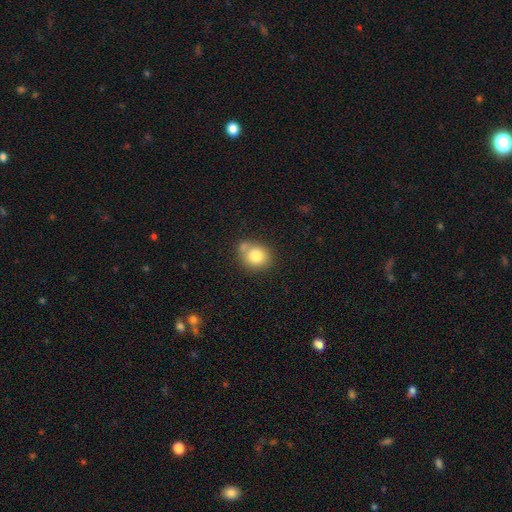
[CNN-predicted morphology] A smooth galaxy with no disk features (81%) that is round (73%).

Vote fractions:
- Smooth or featured? smooth: 81% / featured or disk: 10% / star or artifact: 9%
- How rounded? round: 73% / in between: 27% / cigar-shaped: 1%
- Merging? none: 58% / merger: 21% / minor disturbance: 16% / major disturbance: 5%